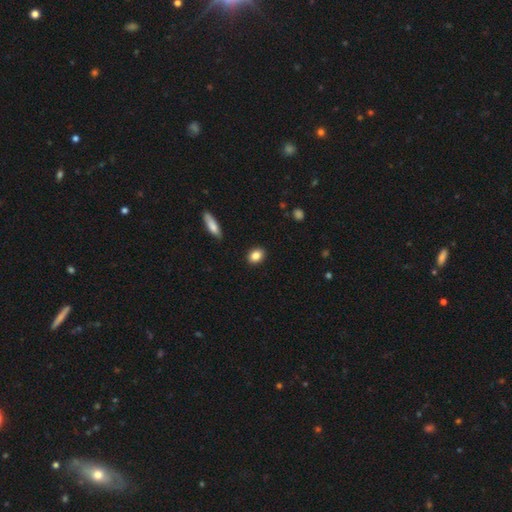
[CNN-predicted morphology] smooth 86%, star or artifact 8%, featured or disk 6%. Down the decision tree: how rounded — in between (69%); merging — none (89%).